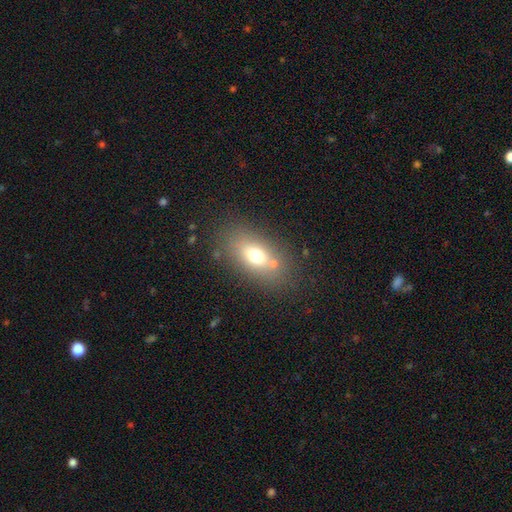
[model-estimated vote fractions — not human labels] Smooth or featured? Predicted: smooth (p=0.68). How rounded? Predicted: in between (p=0.80). Merging? Predicted: none (p=0.72).